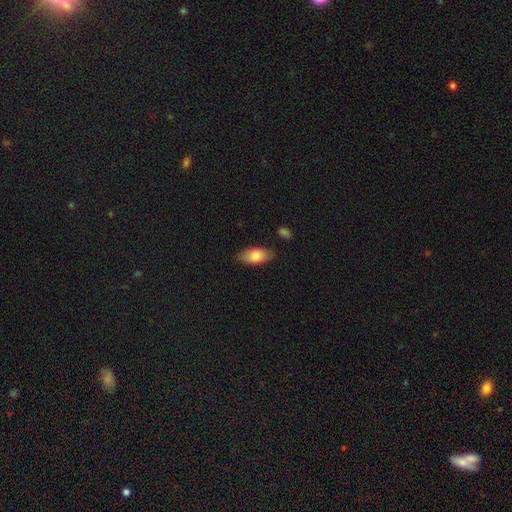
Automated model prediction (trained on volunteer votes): Q: Smooth or featured?
A: smooth (81%); runner-up: featured or disk (13%)
Q: How rounded?
A: in between (89%); runner-up: cigar-shaped (8%)
Q: Merging?
A: none (81%); runner-up: minor disturbance (14%)